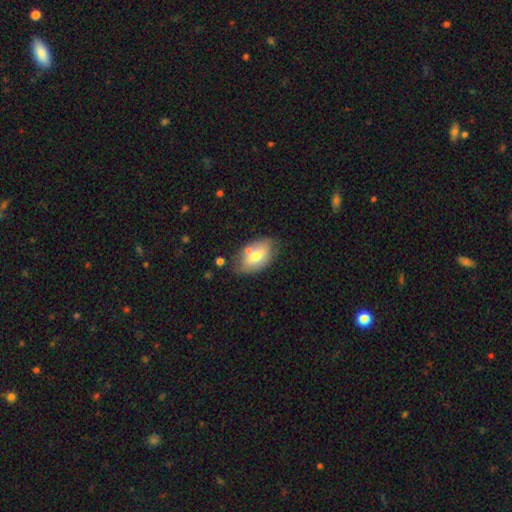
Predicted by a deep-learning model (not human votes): smooth-or-featured: smooth: 68% | featured or disk: 25% | star or artifact: 7%
  how-rounded: in between: 91% | round: 7% | cigar-shaped: 2%
  merging: none: 63% | minor disturbance: 21% | merger: 11% | major disturbance: 5%